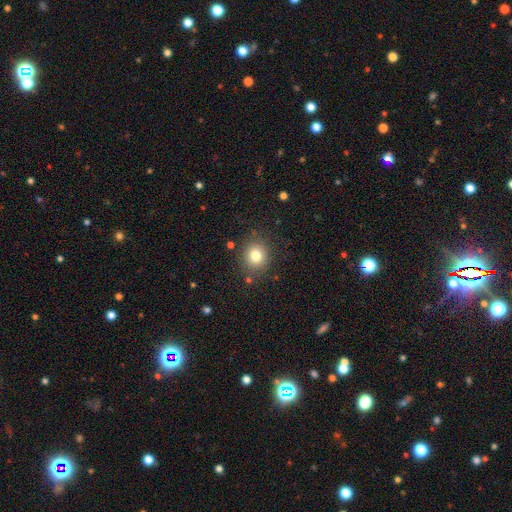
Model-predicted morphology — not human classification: smooth 79%, star or artifact 12%, featured or disk 9%. Down the decision tree: how rounded — round (78%); merging — none (84%).